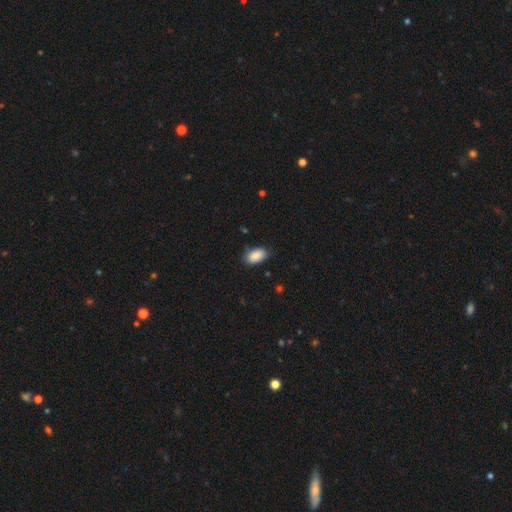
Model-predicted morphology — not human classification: This is clearly a smooth galaxy (88%). How rounded: clearly in between (93%). Merging: clearly none (82%).